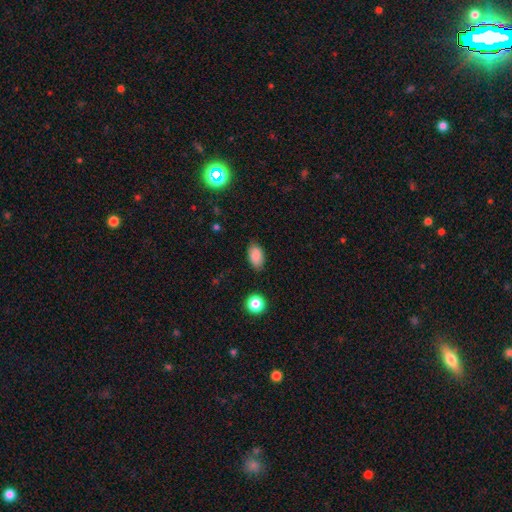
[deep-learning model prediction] A smooth galaxy with no disk features (86%) that is in between round and cigar-shaped (91%).

Vote fractions:
- Smooth or featured? smooth: 86% / star or artifact: 9% / featured or disk: 5%
- How rounded? in between: 91% / round: 7% / cigar-shaped: 2%
- Merging? none: 82% / minor disturbance: 14% / major disturbance: 3% / merger: 1%